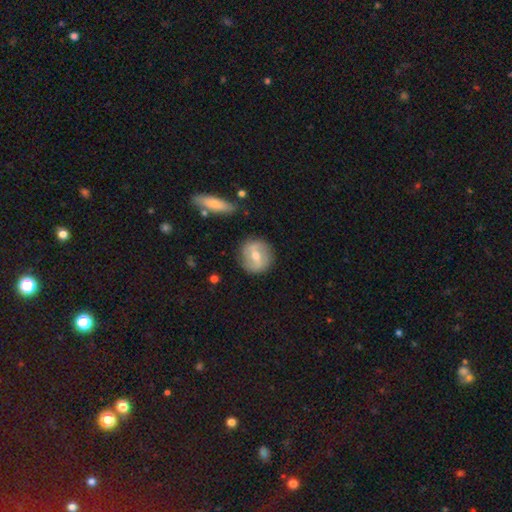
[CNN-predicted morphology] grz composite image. It shows a featured or disk galaxy (58%) with a weak bar (43%), spiral arms (63%) and a moderate central bulge (66%). Merging: none (85%).